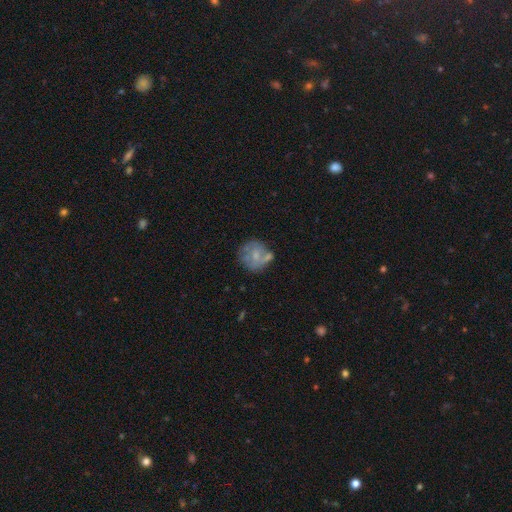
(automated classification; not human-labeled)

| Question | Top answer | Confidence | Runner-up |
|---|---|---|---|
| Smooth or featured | featured or disk | 49% | smooth (42%) |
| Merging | none | 51% | minor disturbance (22%) |